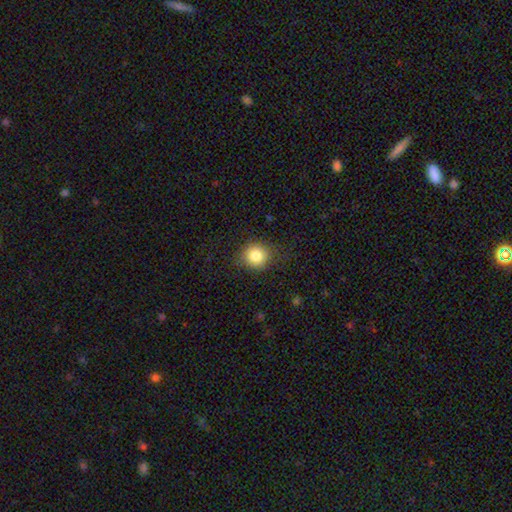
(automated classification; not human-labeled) The model was most divided on "how rounded": round: 81%, in between: 18%, cigar-shaped: 1%. More confident: smooth or featured — smooth (83%); merging — none (82%).